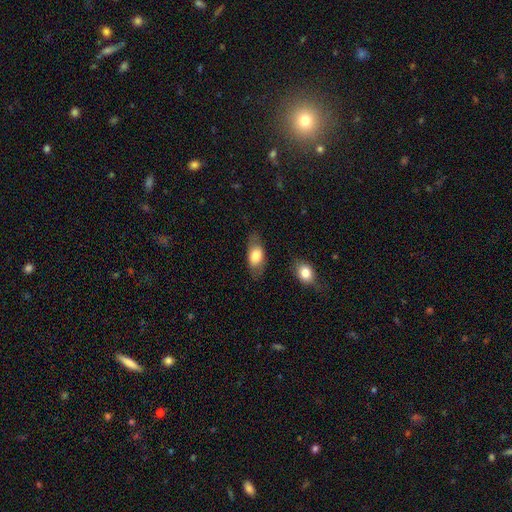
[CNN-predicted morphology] A smooth galaxy with no disk features (73%) that is in between round and cigar-shaped (89%). Merging: none (76%).